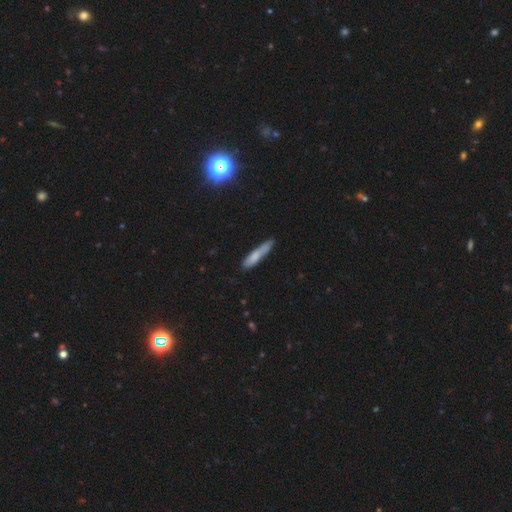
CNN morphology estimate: This appears to be a smooth galaxy with no disk features (75%) that is cigar-shaped (85%). Merging: none (65%).